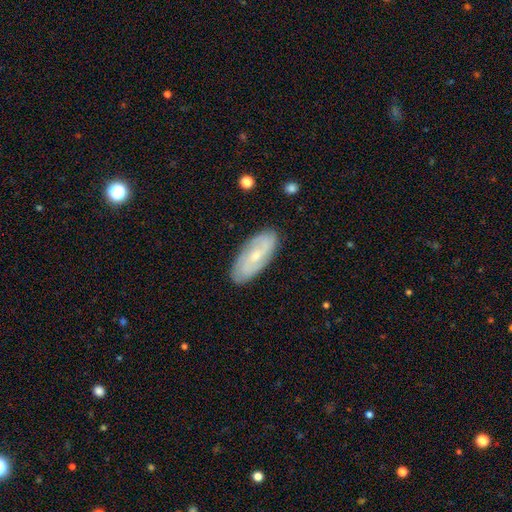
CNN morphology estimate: Smooth or featured? Predicted: featured or disk (p=0.64). Edge-on disk? Predicted: no (p=0.90). Bar? Predicted: no (p=0.57). Spiral arms? Predicted: yes (p=0.85). Bulge size? Predicted: small (p=0.63). Merging? Predicted: none (p=0.85).